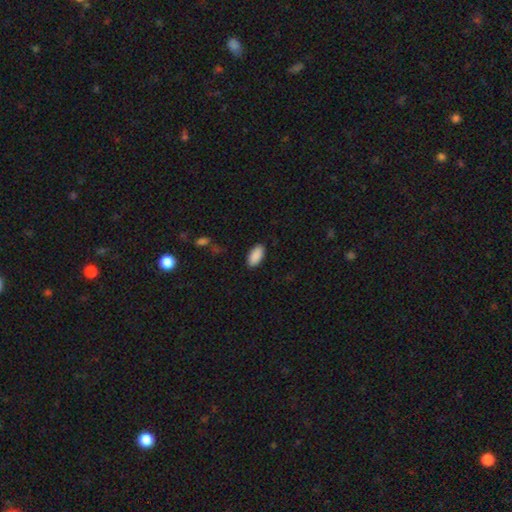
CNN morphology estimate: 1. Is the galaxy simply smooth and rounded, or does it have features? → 91% smooth, 6% star or artifact, 3% featured or disk.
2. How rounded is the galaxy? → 94% in between, 4% cigar-shaped, 2% round.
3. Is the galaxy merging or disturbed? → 88% none, 8% minor disturbance, 2% major disturbance, 1% merger.